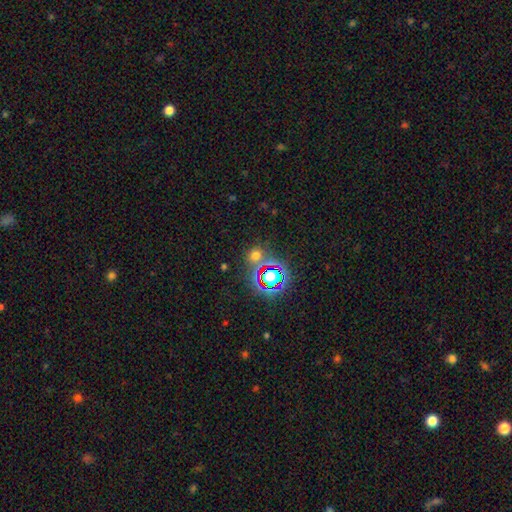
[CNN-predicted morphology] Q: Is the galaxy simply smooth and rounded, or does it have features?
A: smooth — 51%.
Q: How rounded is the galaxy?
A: round — 81%.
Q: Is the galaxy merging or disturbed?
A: none — 72%.